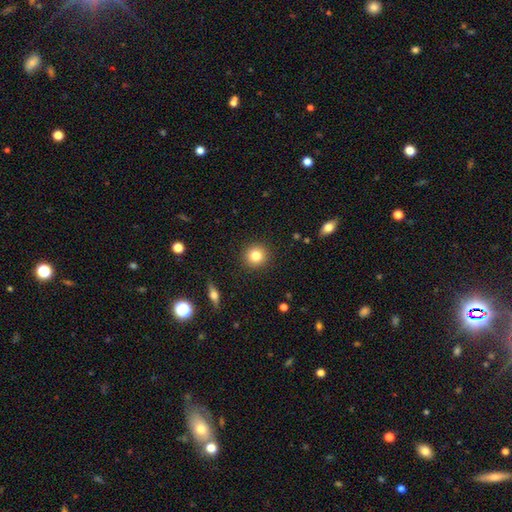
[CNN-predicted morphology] Q: Smooth or featured?
A: smooth (82%); runner-up: star or artifact (11%)
Q: How rounded?
A: round (93%); runner-up: in between (6%)
Q: Merging?
A: none (91%); runner-up: minor disturbance (6%)